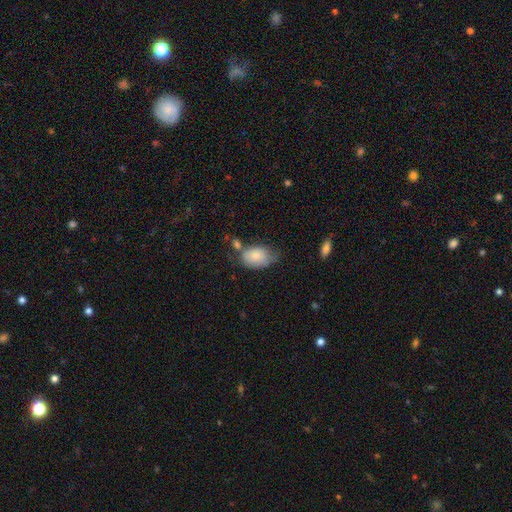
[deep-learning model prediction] Morphology: type=smooth (79%); roundness=in between (87%); merging=none (43%).